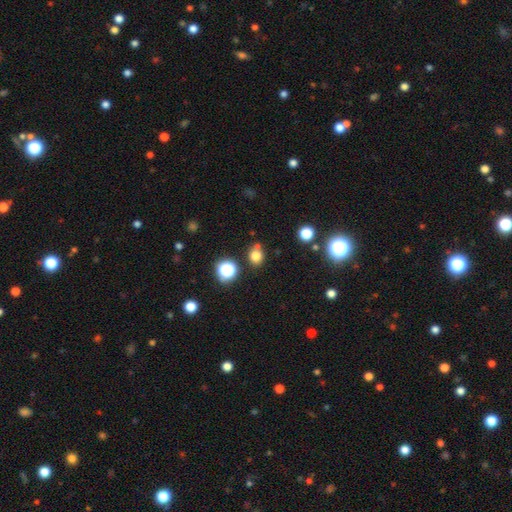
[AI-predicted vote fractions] Overall: smooth (77%). How rounded: round (66%; in between 33%). Merging: none (71%).